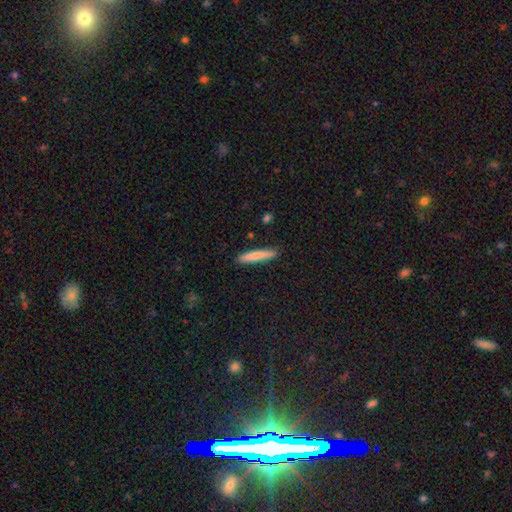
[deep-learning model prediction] A smooth galaxy with no disk features (79%) that is cigar-shaped (93%).

Vote fractions:
- Smooth or featured? smooth: 79% / featured or disk: 15% / star or artifact: 6%
- How rounded? cigar-shaped: 93% / in between: 5% / round: 1%
- Merging? none: 88% / minor disturbance: 9% / major disturbance: 2% / merger: 2%